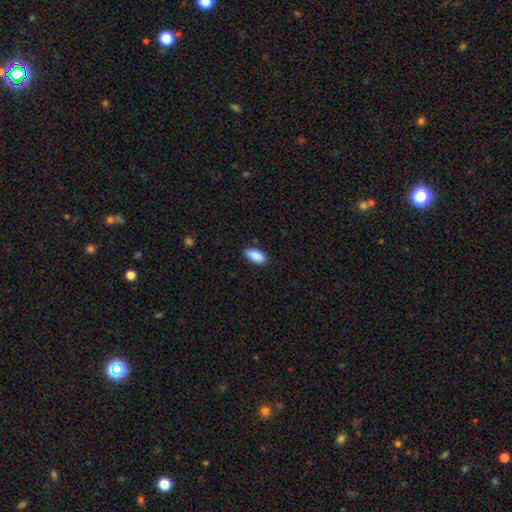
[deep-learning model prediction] This is clearly a smooth galaxy (89%). How rounded: clearly in between (91%). Merging: clearly none (82%).